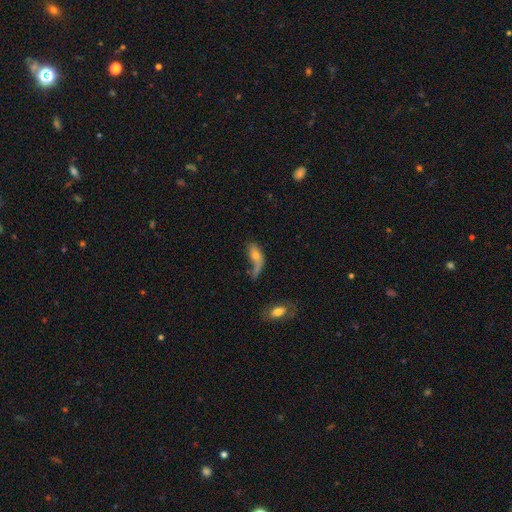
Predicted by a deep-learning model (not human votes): Smooth or featured?
  - smooth: 52% *
  - featured or disk: 38%
  - star or artifact: 11%
How rounded?
  - in between: 75% *
  - cigar-shaped: 17%
  - round: 8%
Merging?
  - major disturbance: 42% *
  - none: 24%
  - minor disturbance: 19%
  - merger: 15%